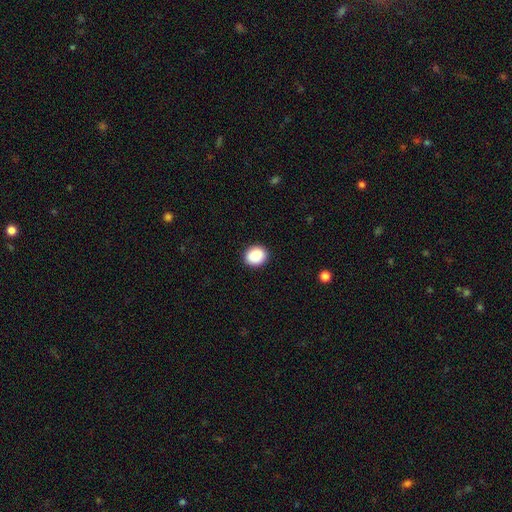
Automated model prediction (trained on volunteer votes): A smooth galaxy with no disk features (89%) that is round (61%).

Vote fractions:
- Smooth or featured? smooth: 89% / star or artifact: 8% / featured or disk: 3%
- How rounded? round: 61% / in between: 38% / cigar-shaped: 1%
- Merging? none: 90% / minor disturbance: 7% / major disturbance: 2% / merger: 1%